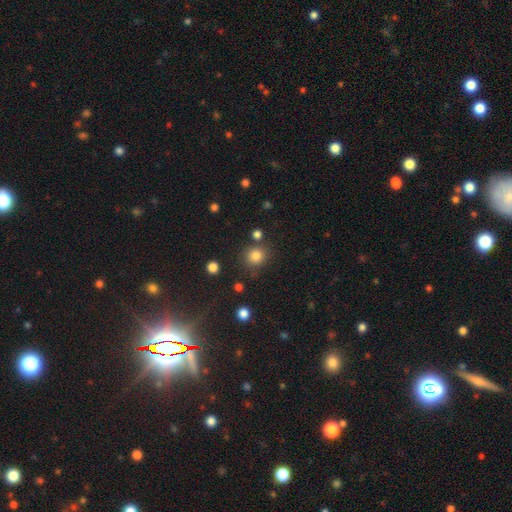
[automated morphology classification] Smooth or featured: smooth — 83% (star or artifact — 13%)
How rounded: round — 88% (in between — 11%)
Merging: none — 79% (minor disturbance — 10%)